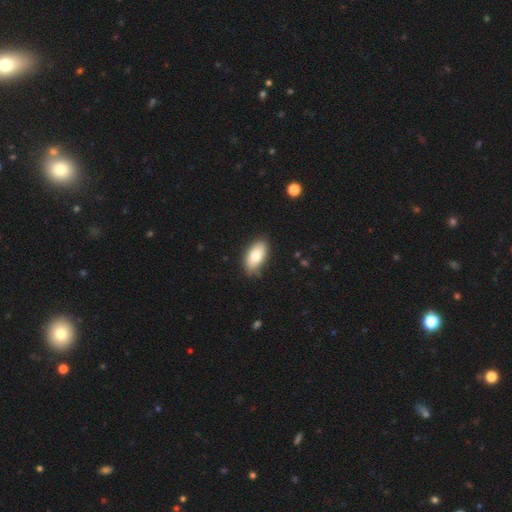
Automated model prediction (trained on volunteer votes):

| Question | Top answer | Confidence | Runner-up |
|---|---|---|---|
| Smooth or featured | smooth | 79% | featured or disk (14%) |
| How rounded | in between | 93% | cigar-shaped (4%) |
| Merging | none | 80% | minor disturbance (16%) |